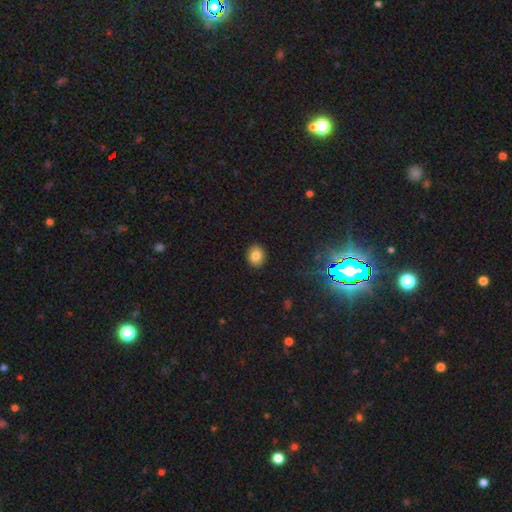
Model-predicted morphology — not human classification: Smooth or featured? smooth (83%)
How rounded? round (57%)
Merging? none (90%)